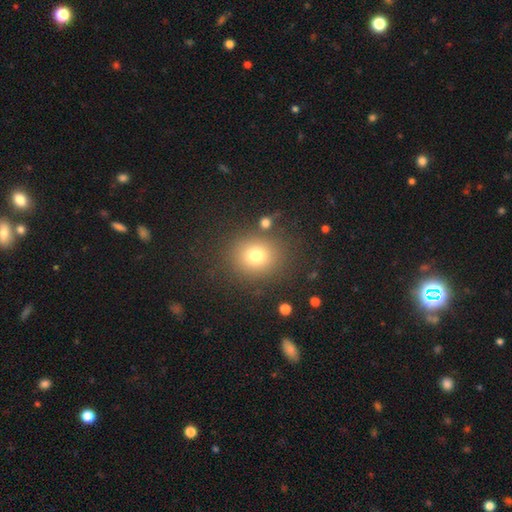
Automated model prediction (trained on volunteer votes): Smooth or featured: smooth — 76% (star or artifact — 15%)
How rounded: round — 81% (in between — 18%)
Merging: none — 83% (minor disturbance — 9%)